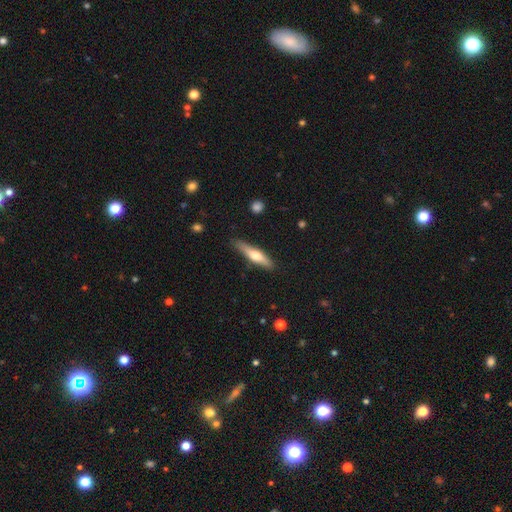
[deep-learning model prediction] A smooth galaxy with no disk features (51%) that is cigar-shaped (81%).

Vote fractions:
- Smooth or featured? smooth: 51% / featured or disk: 44% / star or artifact: 5%
- How rounded? cigar-shaped: 81% / in between: 17% / round: 2%
- Merging? none: 84% / minor disturbance: 12% / major disturbance: 2% / merger: 1%